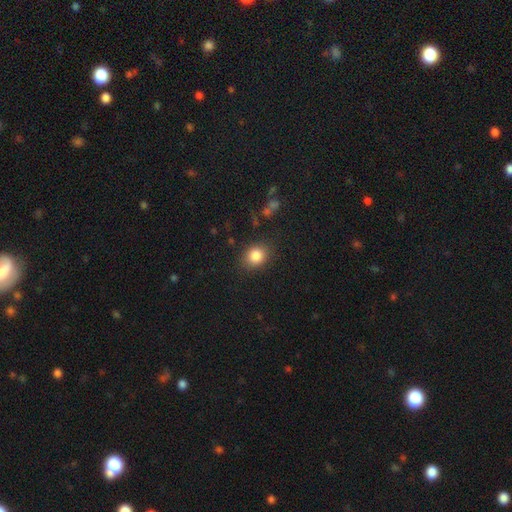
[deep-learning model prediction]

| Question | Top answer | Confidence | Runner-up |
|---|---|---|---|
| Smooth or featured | smooth | 85% | star or artifact (10%) |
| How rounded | round | 56% | in between (43%) |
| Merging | none | 83% | minor disturbance (11%) |